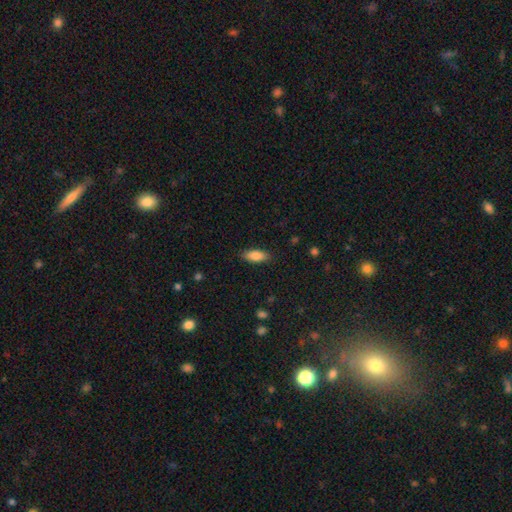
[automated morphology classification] Smooth or featured: smooth — 87% (featured or disk — 7%)
How rounded: in between — 78% (cigar-shaped — 20%)
Merging: none — 87% (minor disturbance — 10%)